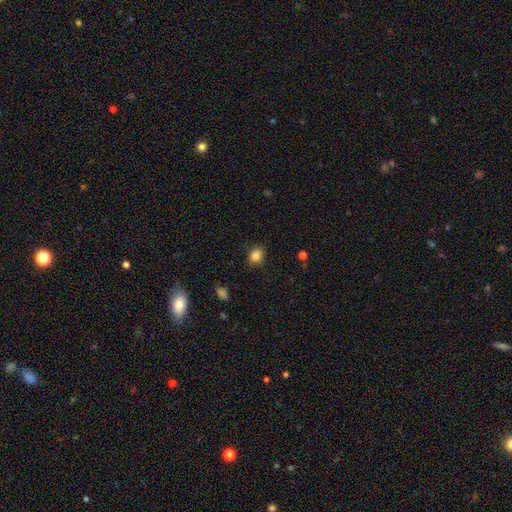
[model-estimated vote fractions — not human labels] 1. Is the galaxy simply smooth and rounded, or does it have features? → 84% smooth, 11% star or artifact, 5% featured or disk.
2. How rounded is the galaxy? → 51% in between, 48% round, 1% cigar-shaped.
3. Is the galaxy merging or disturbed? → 84% none, 12% minor disturbance, 3% major disturbance, 1% merger.